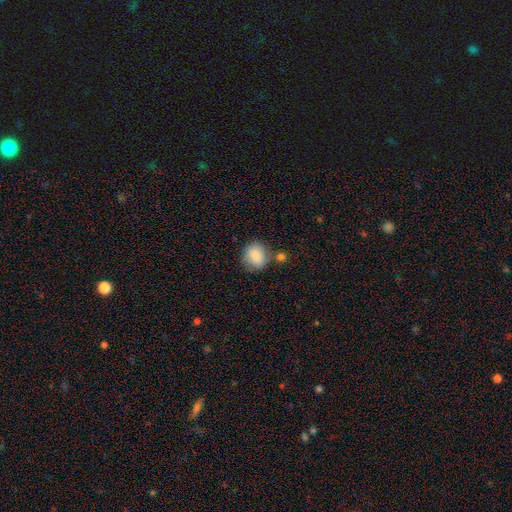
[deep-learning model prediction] The model was most divided on "merging": none: 67%, minor disturbance: 16%, merger: 13%, major disturbance: 4%. More confident: smooth or featured — smooth (82%); how rounded — round (77%).